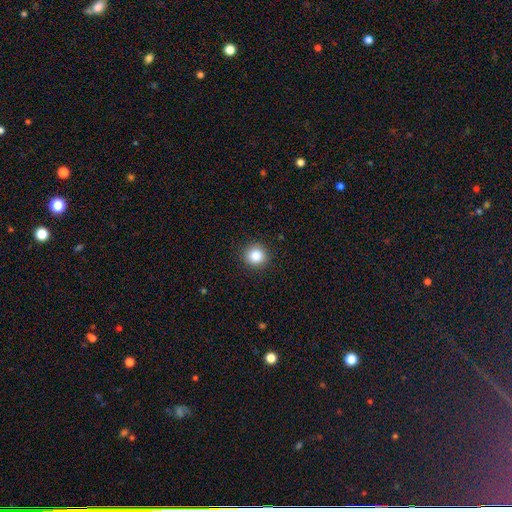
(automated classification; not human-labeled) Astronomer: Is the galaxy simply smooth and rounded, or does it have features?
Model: smooth — 87%.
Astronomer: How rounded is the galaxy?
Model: round — 93%.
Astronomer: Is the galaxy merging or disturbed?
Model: none — 91%.